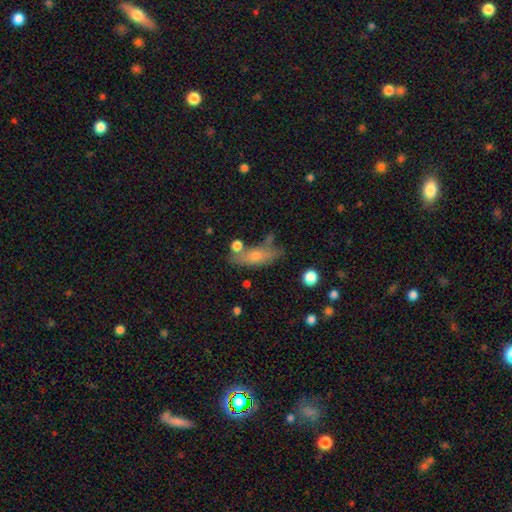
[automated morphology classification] This appears to be a smooth galaxy with no disk features (57%) that is in between round and cigar-shaped (58%). Merging: none (61%).